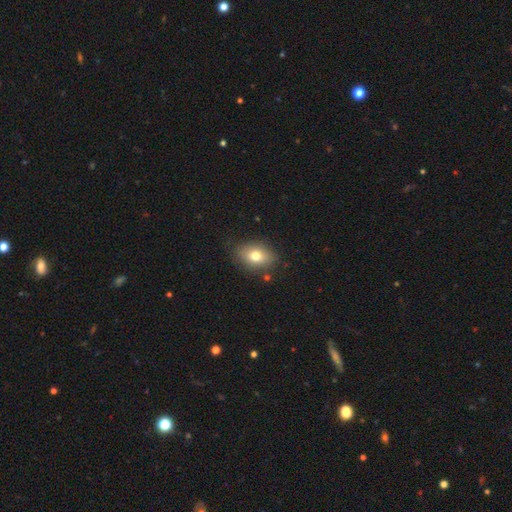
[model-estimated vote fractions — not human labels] smooth-or-featured: smooth: 75% | featured or disk: 15% | star or artifact: 10%
  how-rounded: in between: 76% | round: 22% | cigar-shaped: 2%
  merging: none: 81% | minor disturbance: 14% | major disturbance: 3% | merger: 2%